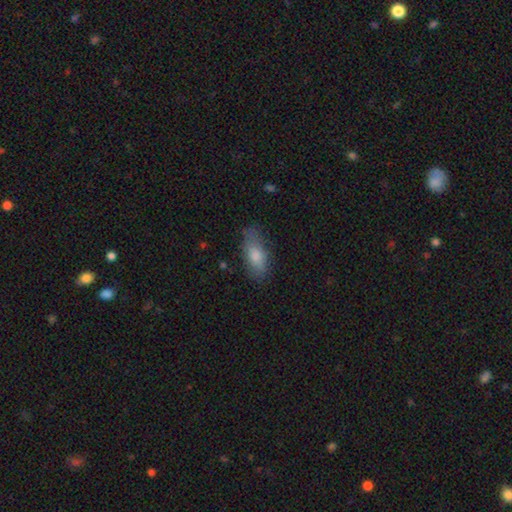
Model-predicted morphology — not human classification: Overall: smooth (75%). How rounded: in between (77%). Merging: none (76%).